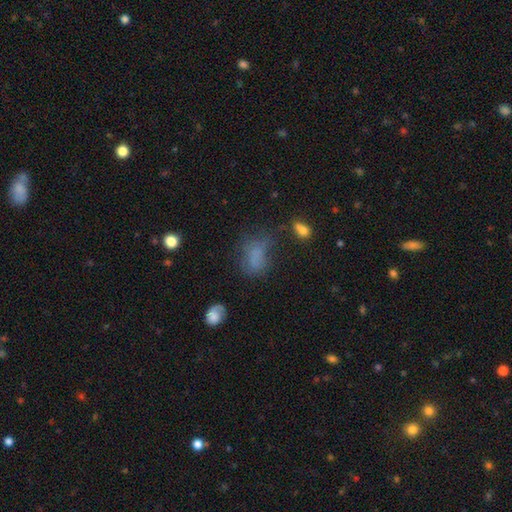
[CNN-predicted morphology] The model was most divided on "merging": none: 40%, major disturbance: 27%, minor disturbance: 26%, merger: 7%. More confident: how rounded — in between (77%); smooth or featured — smooth (64%).